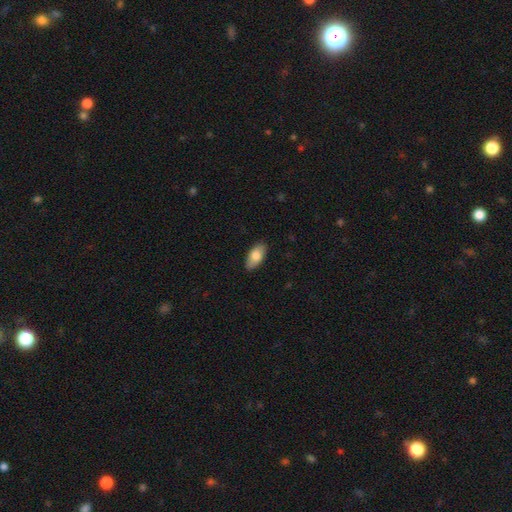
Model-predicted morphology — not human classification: This is likely a smooth galaxy (79%). How rounded: clearly in between (92%). Merging: clearly none (86%).